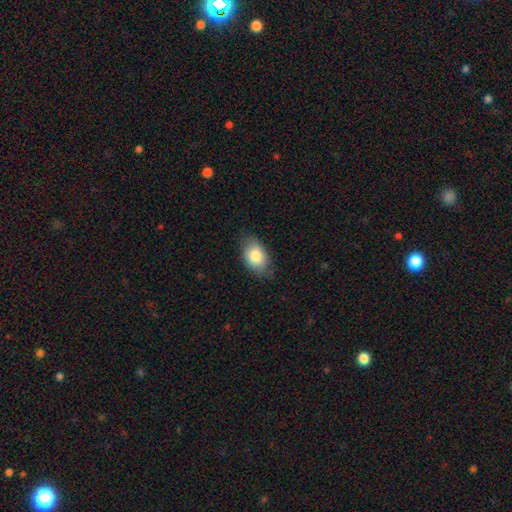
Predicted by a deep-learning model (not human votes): Smooth or featured: smooth — 80% (featured or disk — 12%)
How rounded: in between — 86% (round — 13%)
Merging: none — 76% (minor disturbance — 19%)